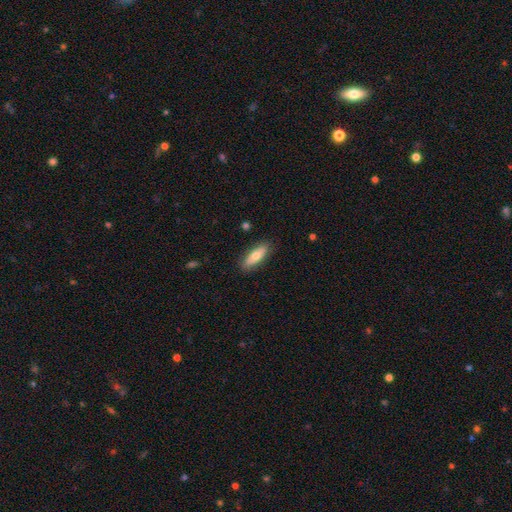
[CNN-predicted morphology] A smooth galaxy with no disk features (68%) that is in between round and cigar-shaped (67%).

Vote fractions:
- Smooth or featured? smooth: 68% / featured or disk: 26% / star or artifact: 6%
- How rounded? in between: 67% / cigar-shaped: 31% / round: 2%
- Merging? none: 85% / minor disturbance: 12% / major disturbance: 2% / merger: 1%